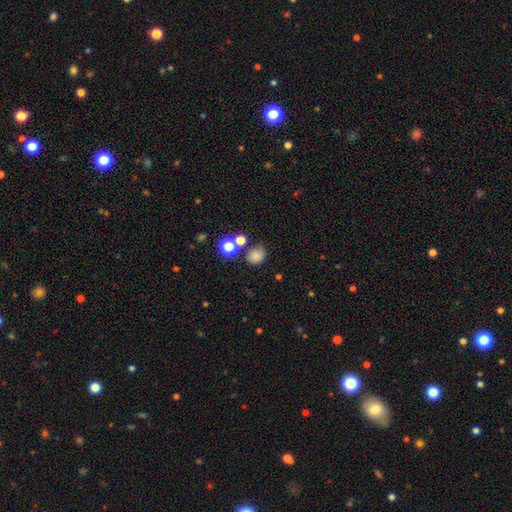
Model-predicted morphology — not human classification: Smooth or featured? smooth (78%)
How rounded? round (69%)
Merging? none (64%)